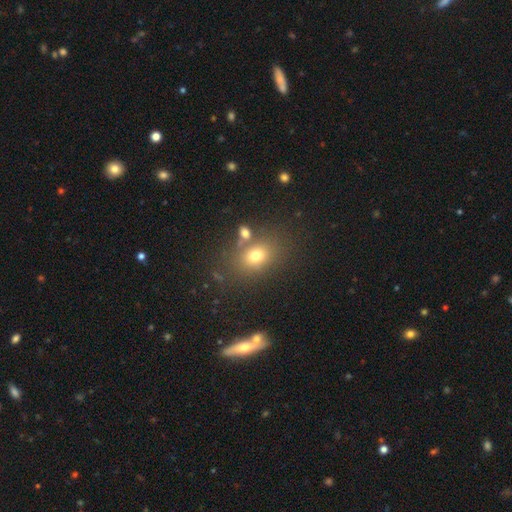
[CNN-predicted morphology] Smooth or featured: smooth — 72% (star or artifact — 15%)
How rounded: in between — 62% (round — 37%)
Merging: none — 69% (merger — 14%)